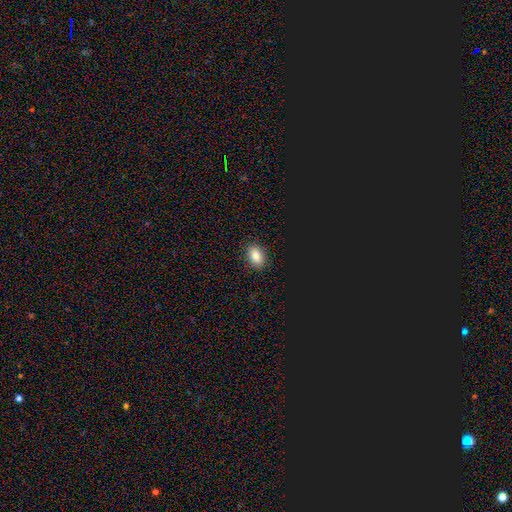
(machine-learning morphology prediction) smooth-or-featured: smooth: 81% | star or artifact: 12% | featured or disk: 6%
  how-rounded: in between: 81% | round: 17% | cigar-shaped: 2%
  merging: none: 89% | minor disturbance: 8% | major disturbance: 2% | merger: 1%